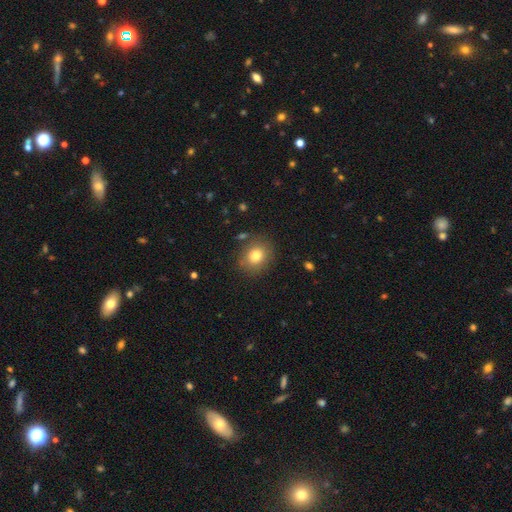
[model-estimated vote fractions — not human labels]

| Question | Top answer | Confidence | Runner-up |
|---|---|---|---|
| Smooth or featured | smooth | 79% | star or artifact (11%) |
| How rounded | round | 67% | in between (32%) |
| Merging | none | 83% | minor disturbance (11%) |